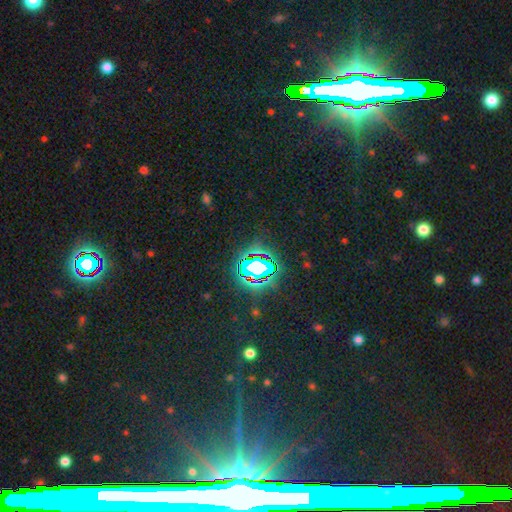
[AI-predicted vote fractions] Smooth or featured? Predicted: star or artifact (p=0.81).